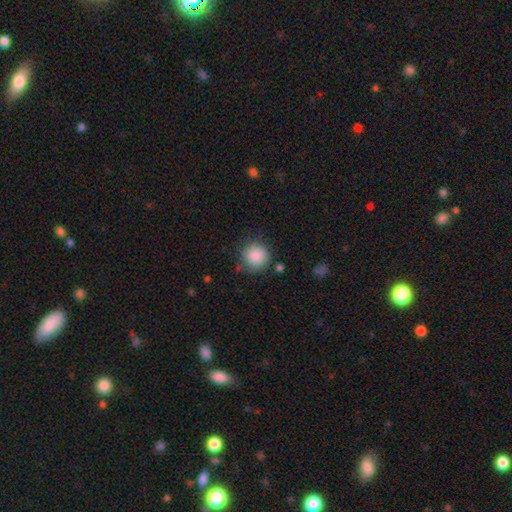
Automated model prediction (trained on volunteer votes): Smooth or featured? Predicted: smooth (p=0.87). How rounded? Predicted: round (p=0.93). Merging? Predicted: none (p=0.79).